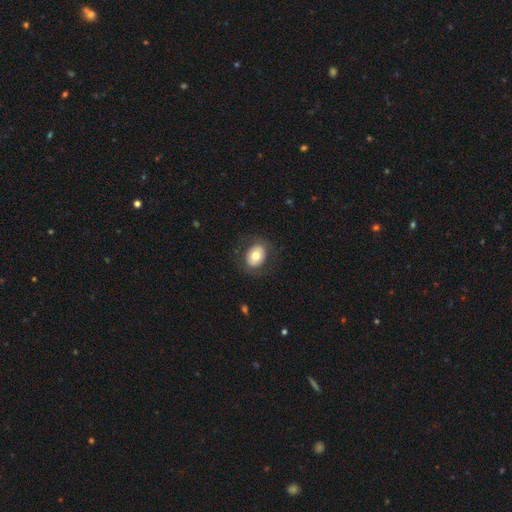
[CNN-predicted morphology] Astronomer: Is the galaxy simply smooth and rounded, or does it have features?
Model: smooth — 71%.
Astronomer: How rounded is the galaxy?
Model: in between — 59% (runner-up: round, 40%).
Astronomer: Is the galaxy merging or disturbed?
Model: none — 82%.